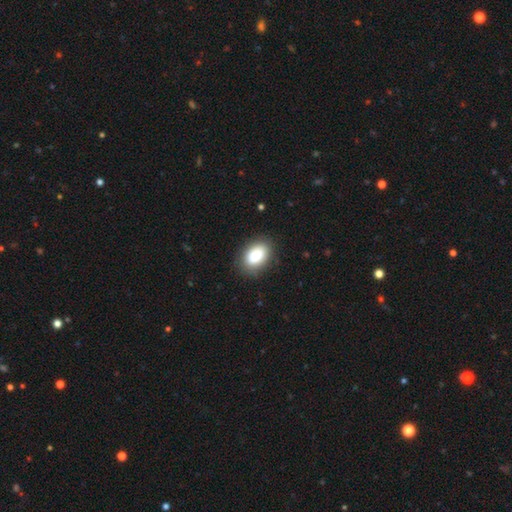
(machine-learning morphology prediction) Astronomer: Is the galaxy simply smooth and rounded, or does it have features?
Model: smooth — 87%.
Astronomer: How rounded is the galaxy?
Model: in between — 86%.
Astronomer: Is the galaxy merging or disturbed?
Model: none — 85%.